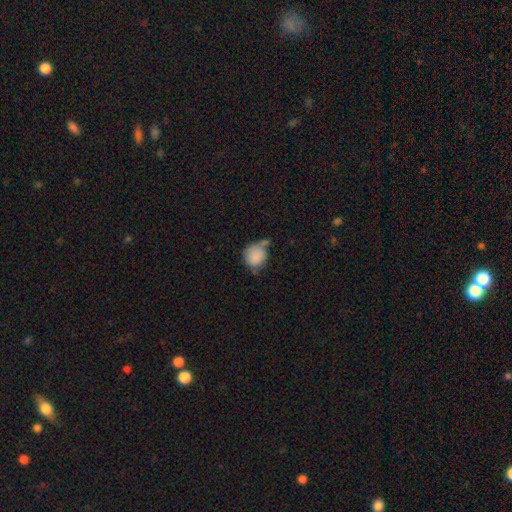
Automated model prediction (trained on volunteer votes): Smooth or featured? smooth (84%)
How rounded? round (75%)
Merging? none (38%)